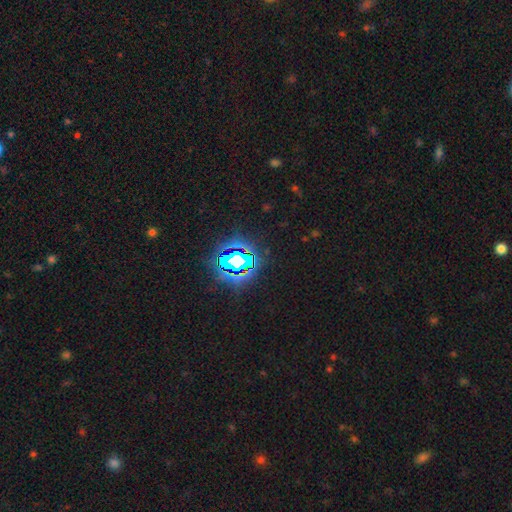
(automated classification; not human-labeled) Smooth or featured? Predicted: star or artifact (p=0.80).